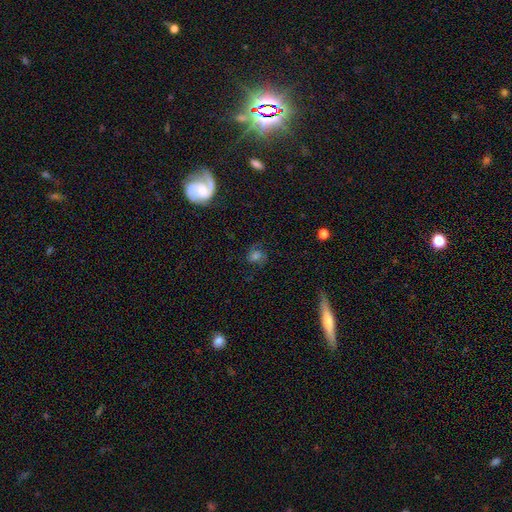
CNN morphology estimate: Smooth or featured? Predicted: featured or disk (p=0.43). Merging? Predicted: none (p=0.70).